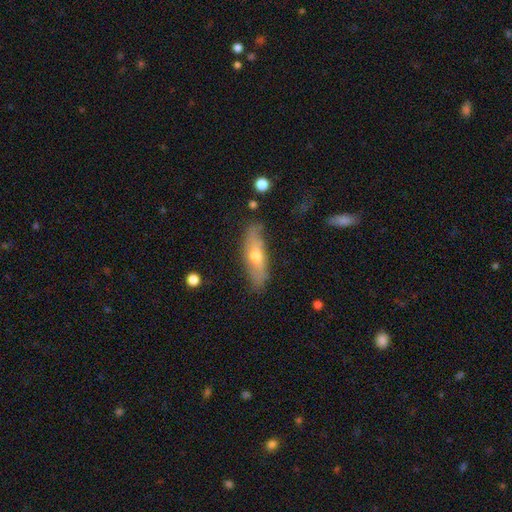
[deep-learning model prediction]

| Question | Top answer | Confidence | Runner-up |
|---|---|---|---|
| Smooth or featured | smooth | 50% | featured or disk (44%) |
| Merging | none | 76% | minor disturbance (18%) |